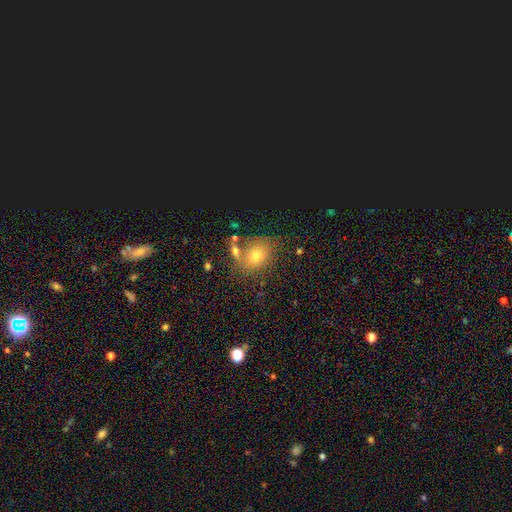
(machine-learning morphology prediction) smooth_or_featured: smooth (p=0.66) [alt: star or artifact p=0.19]
how_rounded: round (p=0.52) [alt: in between p=0.46]
merging: none (p=0.64) [alt: minor disturbance p=0.15]